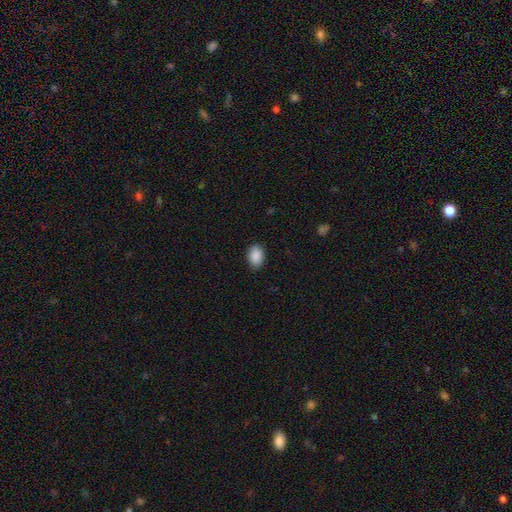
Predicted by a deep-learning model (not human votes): Smooth or featured? smooth (90%)
How rounded? in between (83%)
Merging? none (86%)